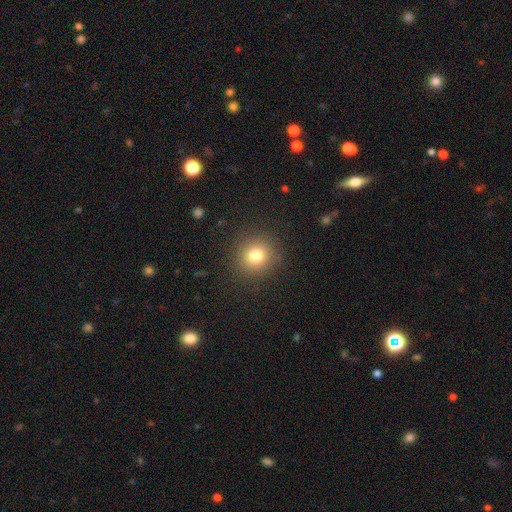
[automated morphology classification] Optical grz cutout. It shows a smooth galaxy with no disk features (78%) that is round (92%). Merging: none (90%).